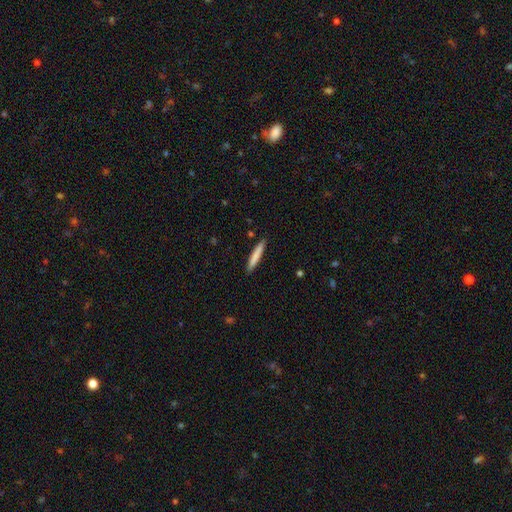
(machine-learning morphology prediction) Q: Smooth or featured?
A: smooth (78%); runner-up: featured or disk (16%)
Q: How rounded?
A: cigar-shaped (95%); runner-up: in between (4%)
Q: Merging?
A: none (90%); runner-up: minor disturbance (8%)